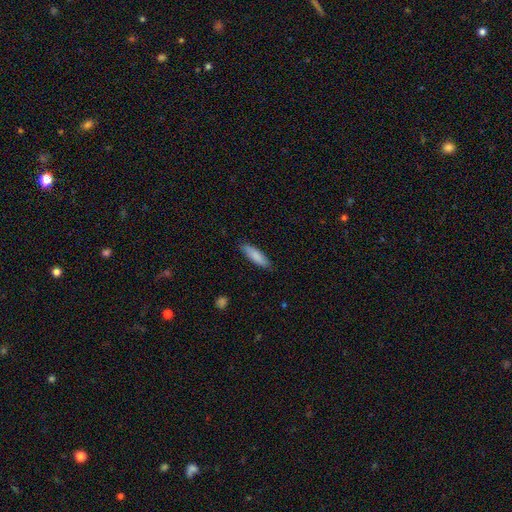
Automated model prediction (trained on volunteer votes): The model was most divided on "how rounded": cigar-shaped: 57%, in between: 41%, round: 1%. More confident: merging — none (85%); smooth or featured — smooth (84%).